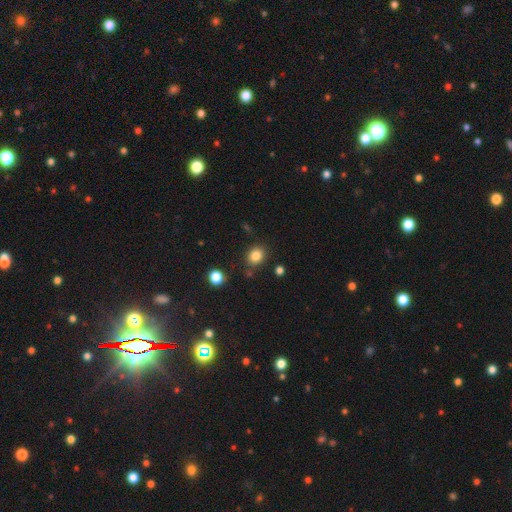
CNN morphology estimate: Smooth or featured? smooth (83%)
How rounded? round (65%)
Merging? none (82%)